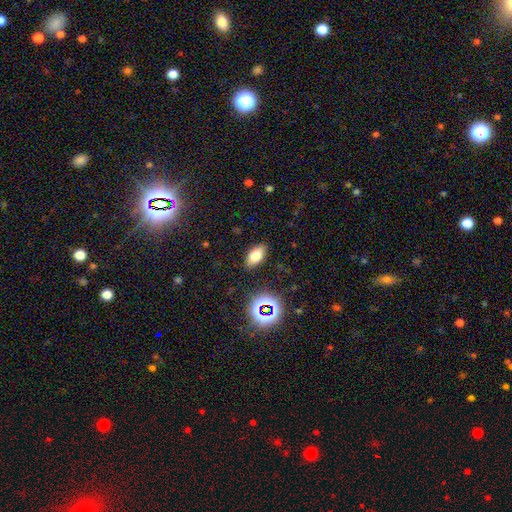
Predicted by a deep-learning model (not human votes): Smooth or featured?
  - smooth: 73% *
  - star or artifact: 15%
  - featured or disk: 12%
How rounded?
  - in between: 89% *
  - round: 6%
  - cigar-shaped: 5%
Merging?
  - none: 86% *
  - minor disturbance: 9%
  - major disturbance: 3%
  - merger: 2%